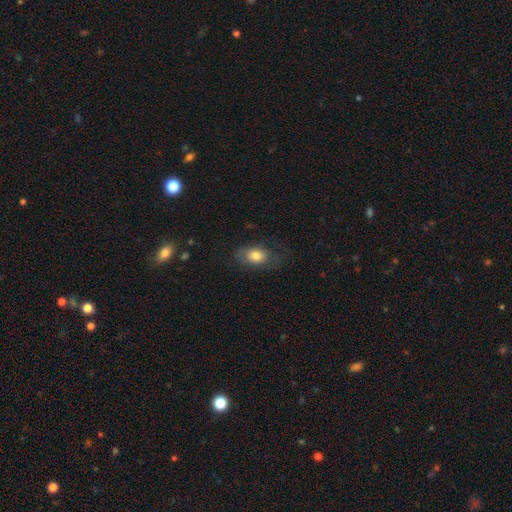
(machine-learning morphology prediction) Smooth or featured: smooth — 75% (featured or disk — 17%)
How rounded: in between — 83% (round — 14%)
Merging: none — 64% (minor disturbance — 22%)